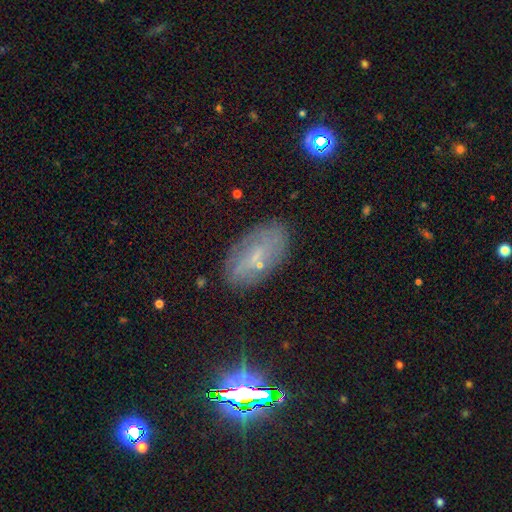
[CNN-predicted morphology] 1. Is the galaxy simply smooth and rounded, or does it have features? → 44% featured or disk, 37% smooth, 19% star or artifact.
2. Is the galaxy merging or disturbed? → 76% none, 16% minor disturbance, 5% major disturbance, 2% merger.